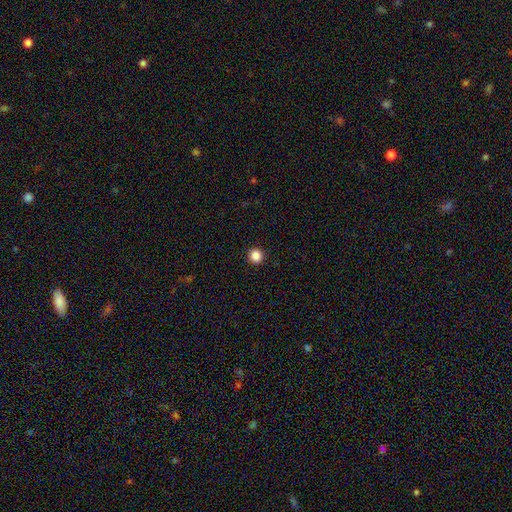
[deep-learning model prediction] Morphology: type=smooth (86%); roundness=round (94%); merging=none (93%).